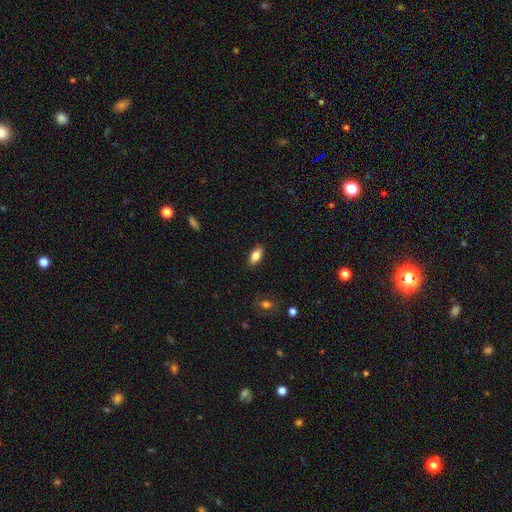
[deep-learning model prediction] Overall: smooth (82%). How rounded: in between (87%). Merging: none (88%).